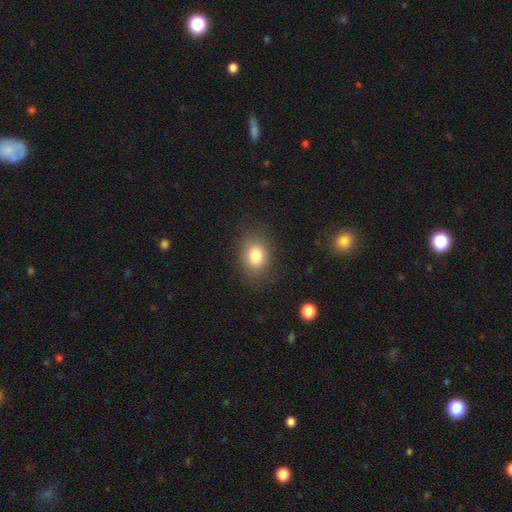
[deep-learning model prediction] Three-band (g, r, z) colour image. It shows a smooth galaxy with no disk features (81%) that is in between round and cigar-shaped (56%). Merging: none (83%).